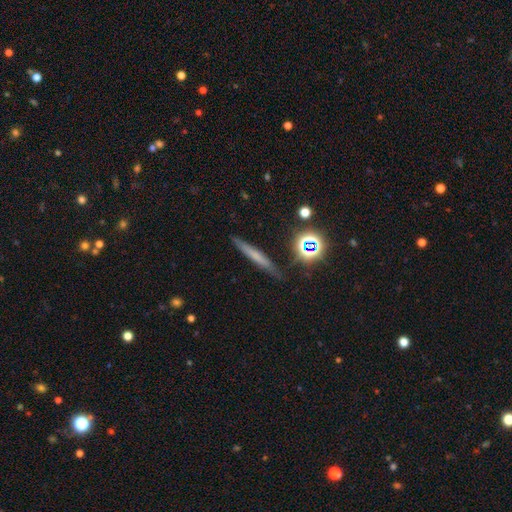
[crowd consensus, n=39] smooth-or-featured: smooth: 49% | featured or disk: 44% | star or artifact: 8%
  how-rounded: cigar-shaped: 89% | round: 5% | in between: 5%
  merging: none: 86% | minor disturbance: 14% | major disturbance: 0% | merger: 0%